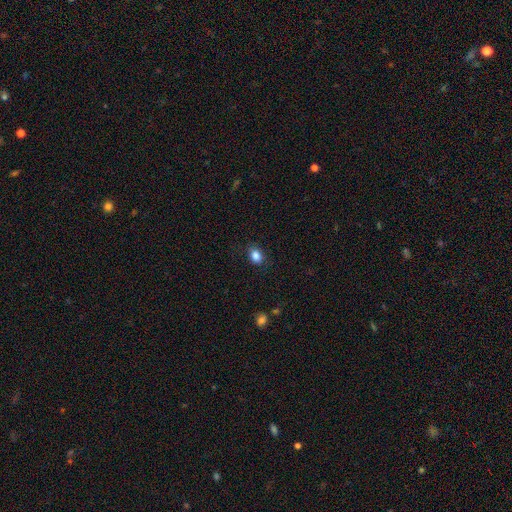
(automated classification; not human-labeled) Smooth or featured? smooth (85%)
How rounded? in between (60%)
Merging? none (83%)